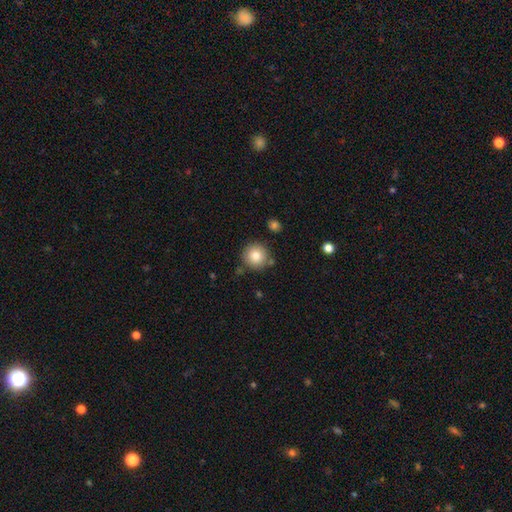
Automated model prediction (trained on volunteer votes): Morphology: type=smooth (81%); roundness=round (94%); merging=none (82%).